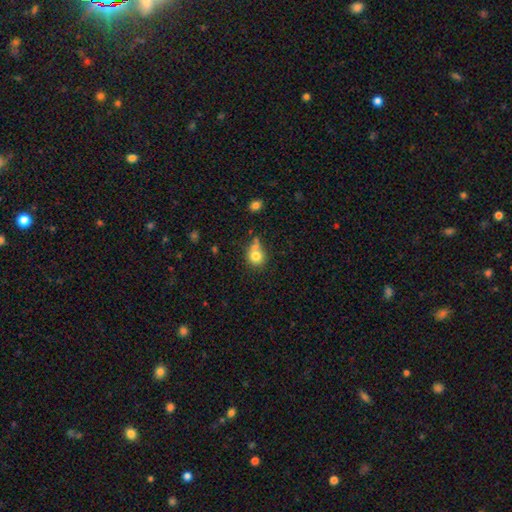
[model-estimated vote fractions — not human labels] Smooth or featured? smooth (77%)
How rounded? round (81%)
Merging? none (52%)